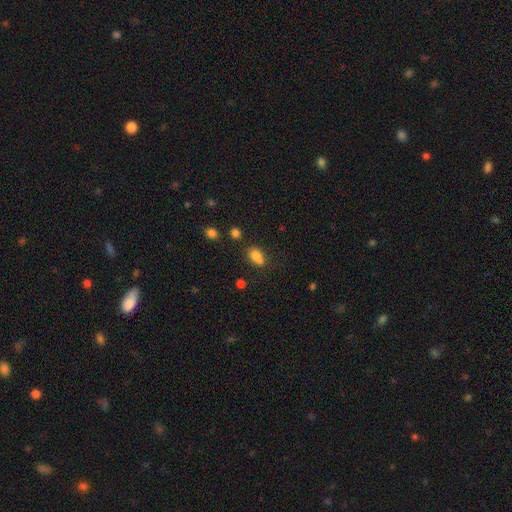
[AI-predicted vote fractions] Smooth or featured? Predicted: smooth (p=0.75). How rounded? Predicted: round (p=0.51). Merging? Predicted: none (p=0.42).